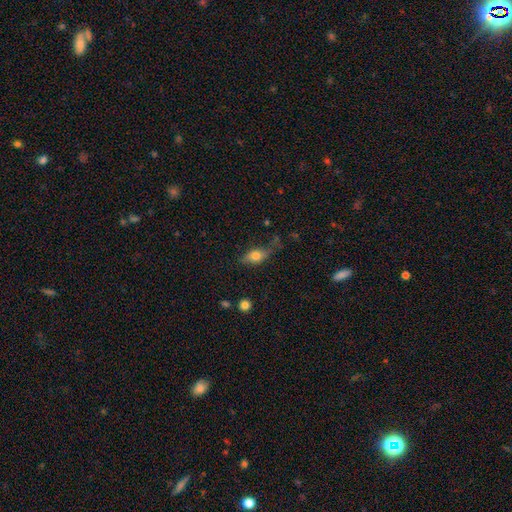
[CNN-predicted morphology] The model was most divided on "merging": none: 57%, minor disturbance: 28%, major disturbance: 12%, merger: 3%. More confident: how rounded — in between (78%); smooth or featured — smooth (65%).